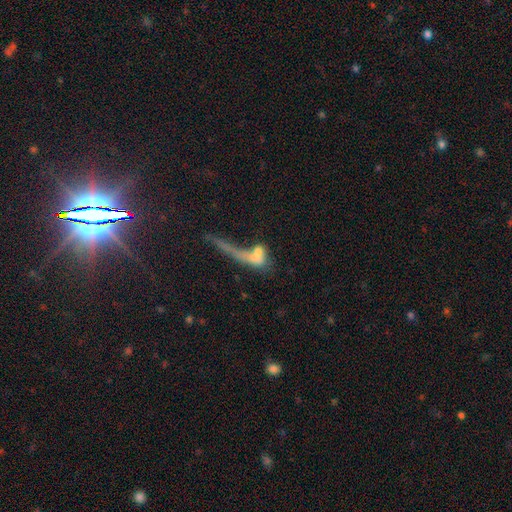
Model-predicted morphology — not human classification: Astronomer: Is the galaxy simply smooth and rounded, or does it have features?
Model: smooth — 55% (runner-up: featured or disk, 32%).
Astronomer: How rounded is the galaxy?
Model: in between — 53%.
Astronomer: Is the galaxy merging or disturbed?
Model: merger — 39% (runner-up: major disturbance, 34%).